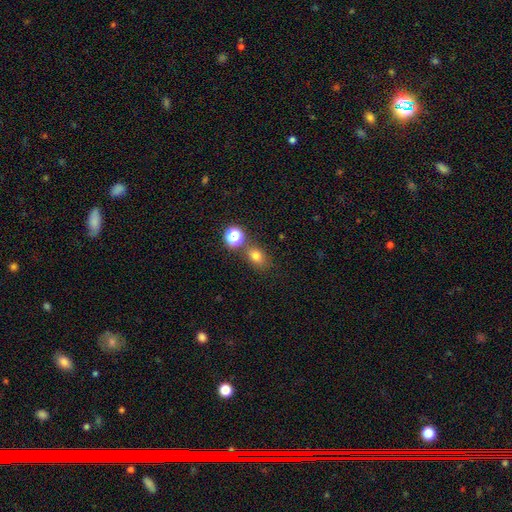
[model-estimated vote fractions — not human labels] The model was most divided on "how rounded": in between: 57%, round: 42%, cigar-shaped: 2%. More confident: smooth or featured — smooth (73%); merging — none (70%).